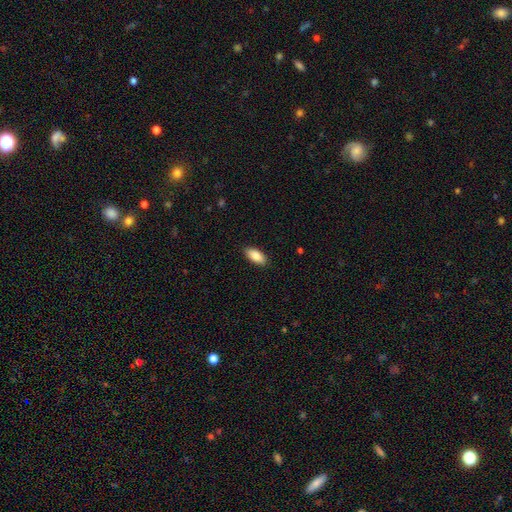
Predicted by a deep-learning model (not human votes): Morphology: type=smooth (87%); roundness=in between (90%); merging=none (88%).